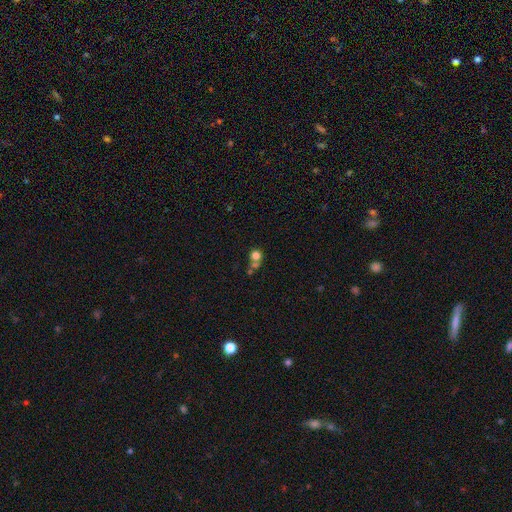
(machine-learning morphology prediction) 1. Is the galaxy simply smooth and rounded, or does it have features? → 73% smooth, 15% star or artifact, 13% featured or disk.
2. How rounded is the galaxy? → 86% round, 13% in between, 1% cigar-shaped.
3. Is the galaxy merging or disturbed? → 45% none, 42% merger, 8% minor disturbance, 6% major disturbance.